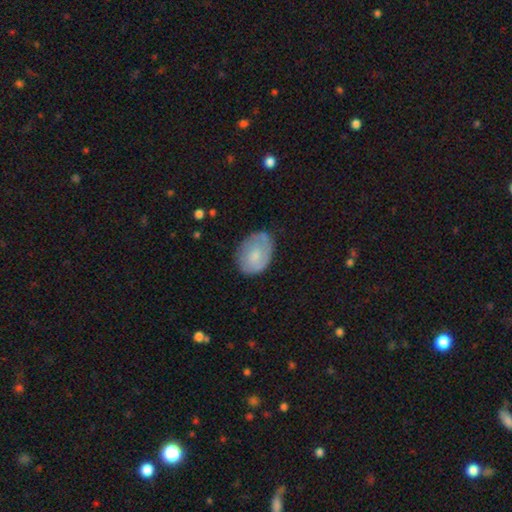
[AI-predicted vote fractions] This is possibly a smooth galaxy (58%). How rounded: likely in between (74%). Merging: likely none (65%).